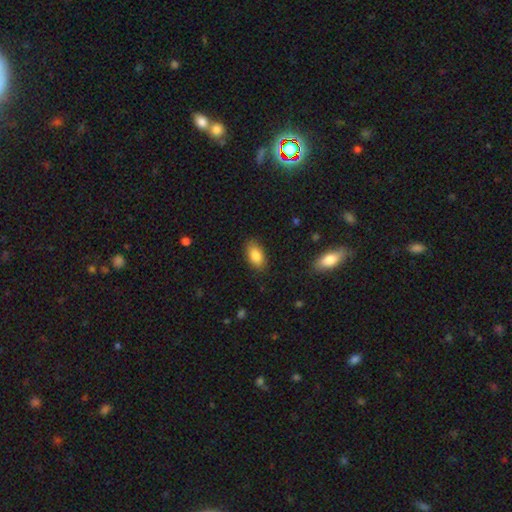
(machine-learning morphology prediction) Overall: smooth (85%). How rounded: in between (92%). Merging: none (86%).